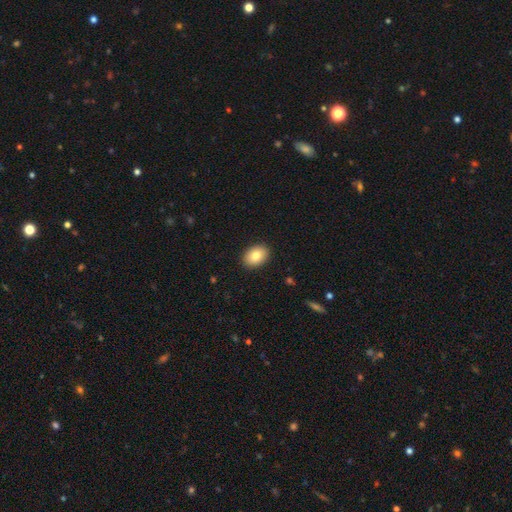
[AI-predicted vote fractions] Q: Smooth or featured?
A: smooth (81%); runner-up: featured or disk (11%)
Q: How rounded?
A: in between (77%); runner-up: round (22%)
Q: Merging?
A: none (90%); runner-up: minor disturbance (7%)